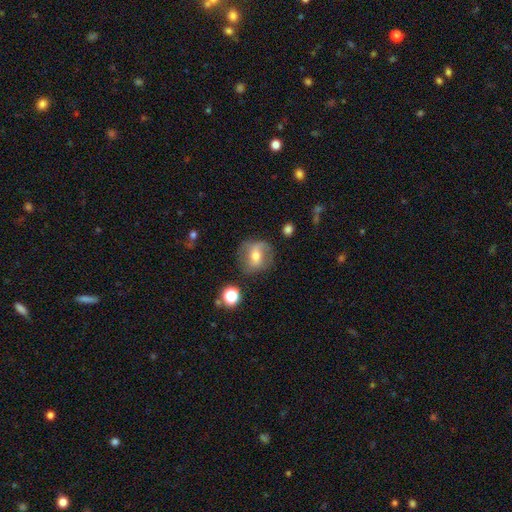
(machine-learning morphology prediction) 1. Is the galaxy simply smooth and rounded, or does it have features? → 50% featured or disk, 40% smooth, 9% star or artifact.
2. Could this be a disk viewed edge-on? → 92% no, 8% yes.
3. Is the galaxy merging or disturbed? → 68% none, 19% minor disturbance, 10% major disturbance, 2% merger.